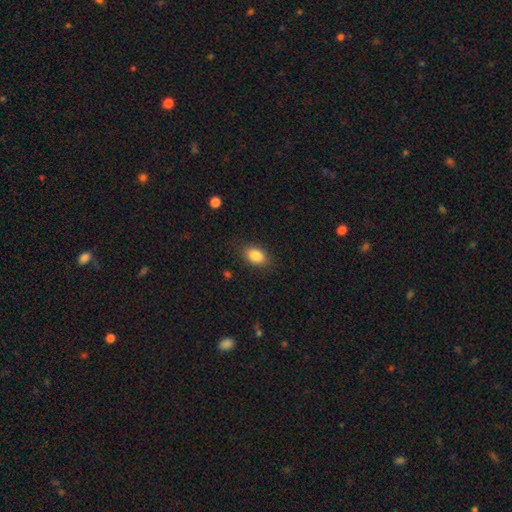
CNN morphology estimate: Smooth or featured: smooth — 85% (star or artifact — 8%)
How rounded: in between — 82% (round — 16%)
Merging: none — 84% (minor disturbance — 12%)